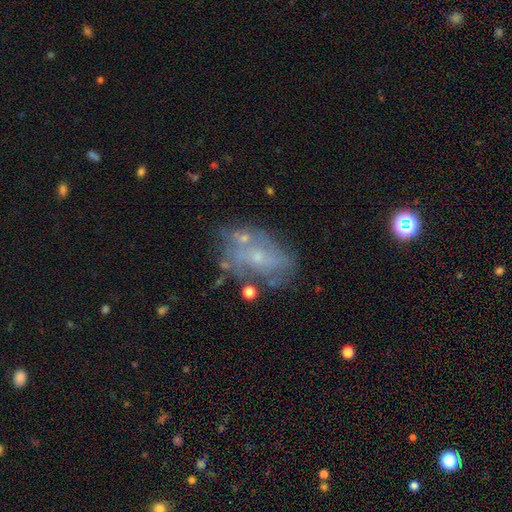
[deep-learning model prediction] featured or disk 62%, smooth 26%, star or artifact 12%. Down the decision tree: edge-on disk — no (95%); bar — no (79%); spiral arms — no (54%); bulge size — small (75%); merging — none (54%).